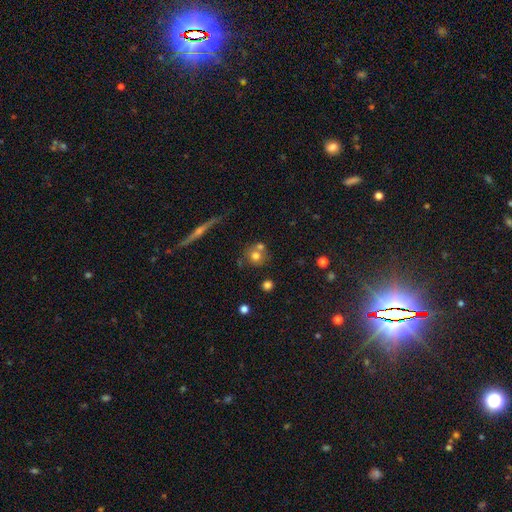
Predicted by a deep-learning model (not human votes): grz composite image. It shows a smooth galaxy with no disk features (68%) that is round (88%). Merging: none (56%).